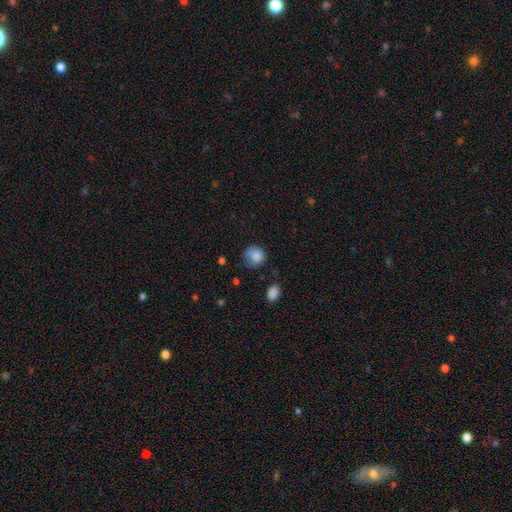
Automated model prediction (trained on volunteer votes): A smooth galaxy with no disk features (82%) that is round (79%). Merging: none (52%).